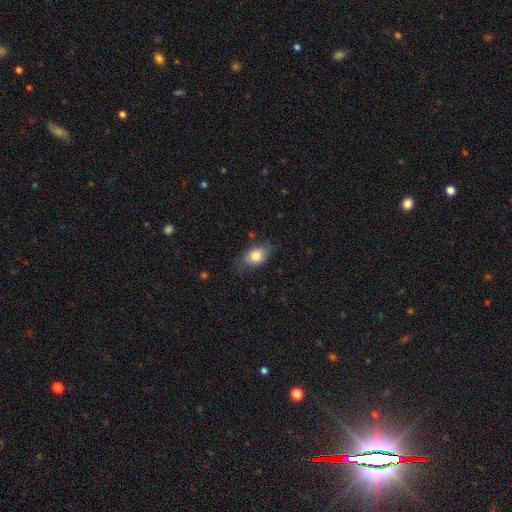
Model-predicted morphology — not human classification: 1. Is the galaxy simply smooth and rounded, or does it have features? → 82% smooth, 10% featured or disk, 7% star or artifact.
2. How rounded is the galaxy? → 83% in between, 15% round, 2% cigar-shaped.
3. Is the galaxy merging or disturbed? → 67% none, 25% minor disturbance, 7% major disturbance, 1% merger.